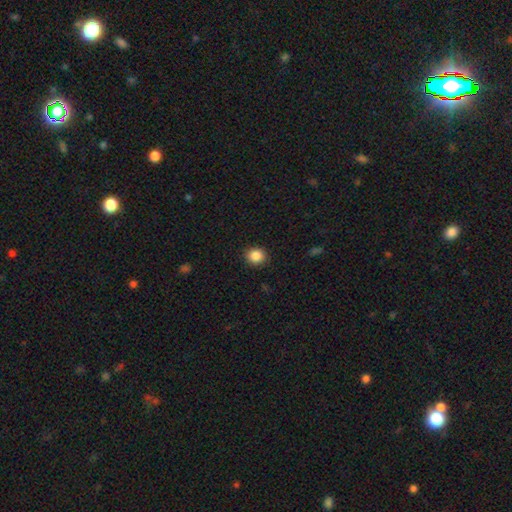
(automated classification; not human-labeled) Morphology: type=smooth (87%); roundness=round (81%); merging=none (90%).